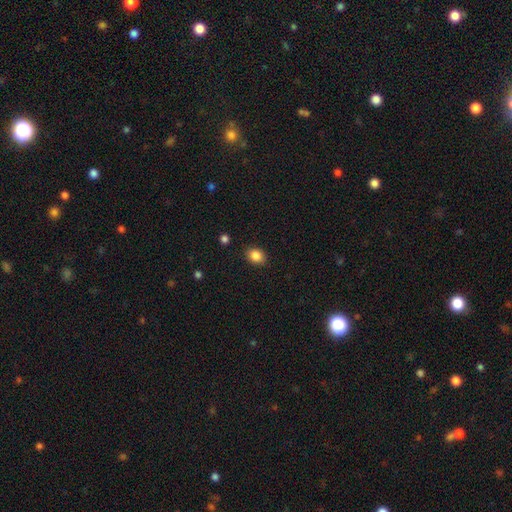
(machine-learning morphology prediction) Smooth or featured? smooth (86%)
How rounded? in between (62%)
Merging? none (88%)